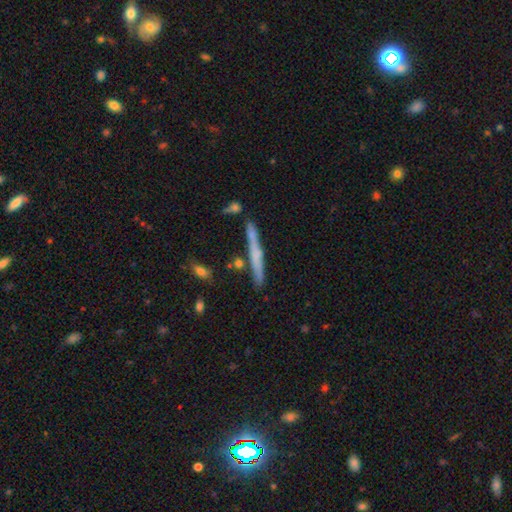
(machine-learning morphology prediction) smooth-or-featured: smooth: 48% | featured or disk: 46% | star or artifact: 7%
  merging: none: 78% | minor disturbance: 12% | merger: 7% | major disturbance: 3%